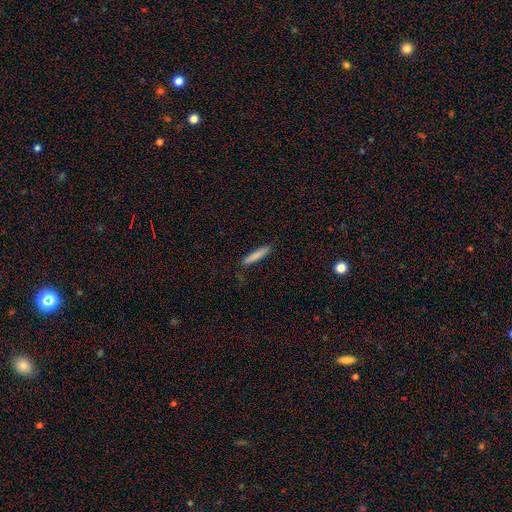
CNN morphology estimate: Q: Smooth or featured?
A: smooth (82%); runner-up: featured or disk (12%)
Q: How rounded?
A: cigar-shaped (91%); runner-up: in between (7%)
Q: Merging?
A: none (83%); runner-up: minor disturbance (13%)